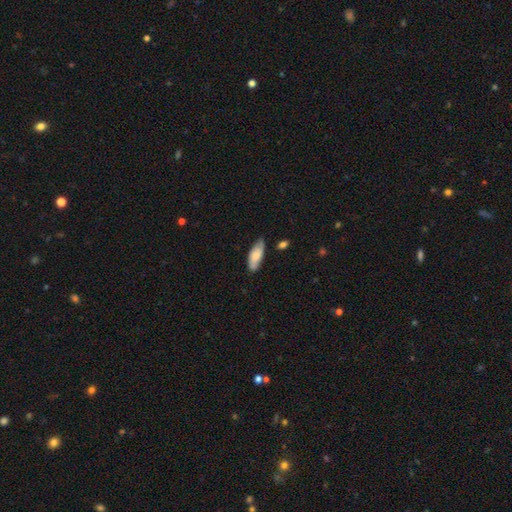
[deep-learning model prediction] The model was most divided on "smooth or featured": smooth: 71%, featured or disk: 23%, star or artifact: 6%. More confident: how rounded — in between (75%); merging — none (71%).